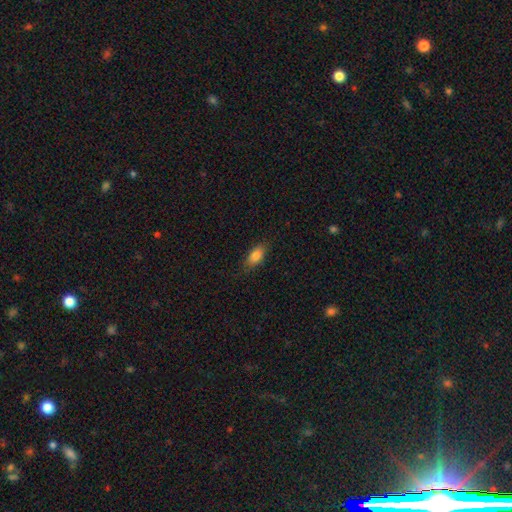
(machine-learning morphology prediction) smooth-or-featured: smooth: 83% | featured or disk: 9% | star or artifact: 8%
  how-rounded: in between: 86% | cigar-shaped: 9% | round: 4%
  merging: none: 83% | minor disturbance: 13% | major disturbance: 3% | merger: 1%